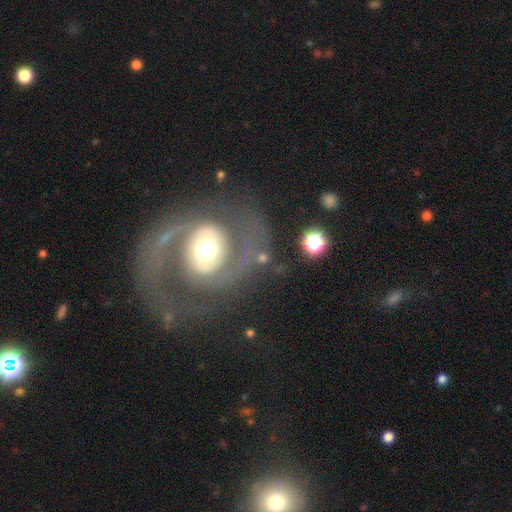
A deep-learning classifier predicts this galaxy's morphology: Q: Smooth or featured?
A: featured or disk (90%); runner-up: smooth (5%)
Q: Edge-on disk?
A: no (98%); runner-up: yes (2%)
Q: Bar?
A: no (55%); runner-up: weak (31%)
Q: Spiral arms?
A: yes (94%); runner-up: no (6%)
Q: Spiral winding?
A: medium (53%); runner-up: tight (31%)
Q: Spiral arm count?
A: 2 (89%); runner-up: can't tell (3%)
Q: Bulge size?
A: moderate (61%); runner-up: large (27%)
Q: Merging?
A: none (73%); runner-up: minor disturbance (14%)